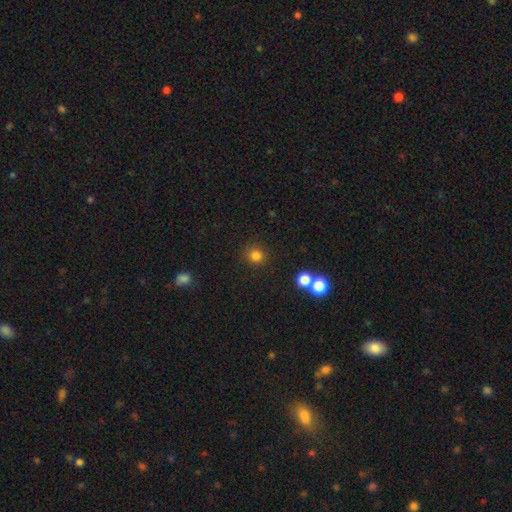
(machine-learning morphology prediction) This is clearly a smooth galaxy (81%). How rounded: clearly round (91%). Merging: clearly none (85%).